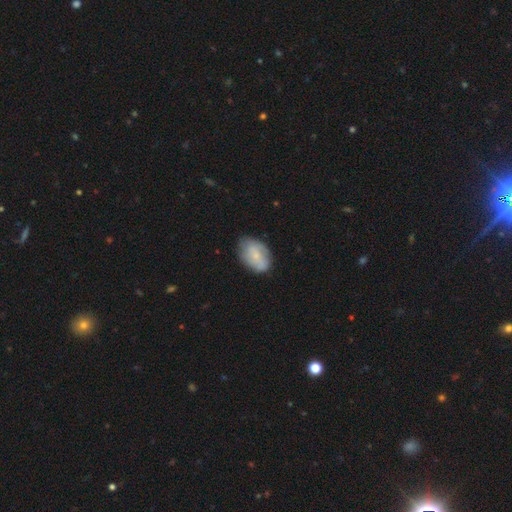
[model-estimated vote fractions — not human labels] A smooth galaxy with no disk features (58%) that is in between round and cigar-shaped (86%). Merging: none (71%).